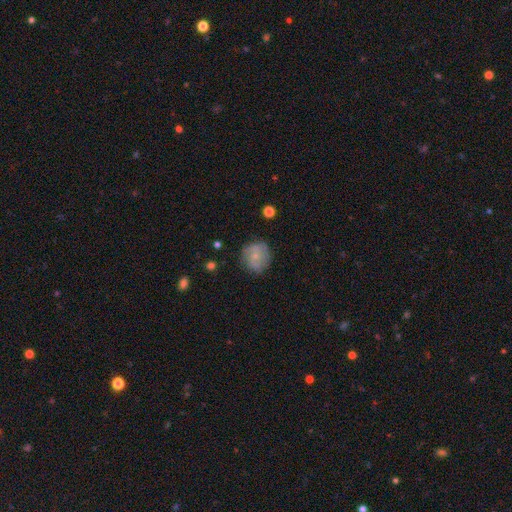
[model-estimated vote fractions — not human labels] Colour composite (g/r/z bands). It shows a smooth galaxy with no disk features (61%) that is round (85%). Merging: none (73%).